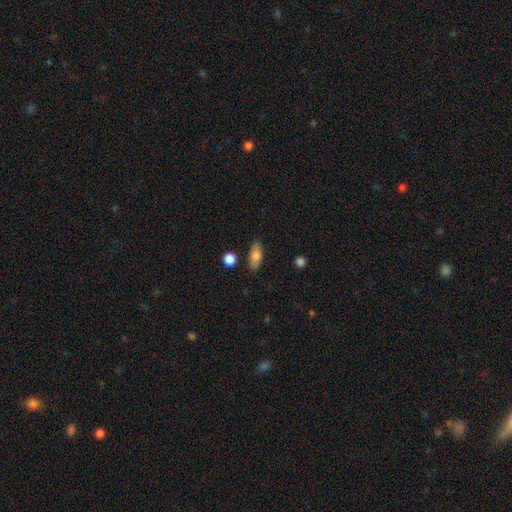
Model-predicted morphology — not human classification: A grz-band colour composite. It shows a smooth galaxy with no disk features (77%) that is in between round and cigar-shaped (79%). Merging: none (84%).